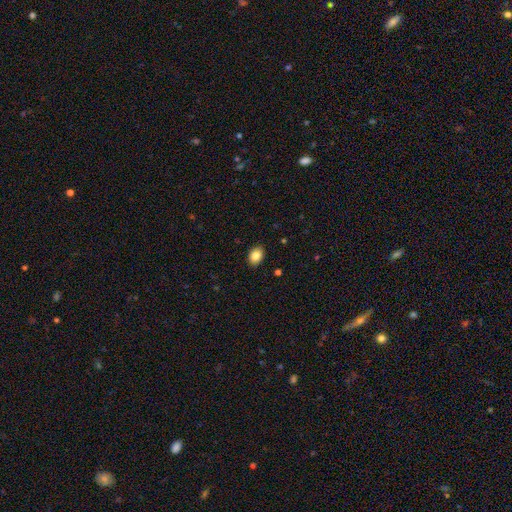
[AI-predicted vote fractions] Smooth or featured?
  - smooth: 85% *
  - star or artifact: 9%
  - featured or disk: 7%
How rounded?
  - in between: 74% *
  - round: 25%
  - cigar-shaped: 1%
Merging?
  - none: 89% *
  - minor disturbance: 8%
  - major disturbance: 2%
  - merger: 1%